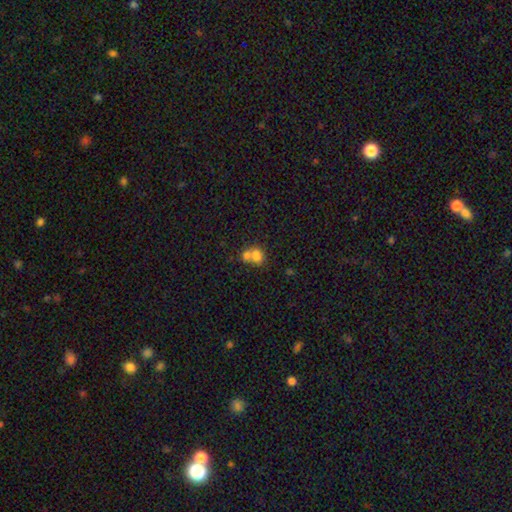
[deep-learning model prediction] Overall: smooth (77%). How rounded: round (66%; in between 33%). Merging: merger (59%; none 30%).